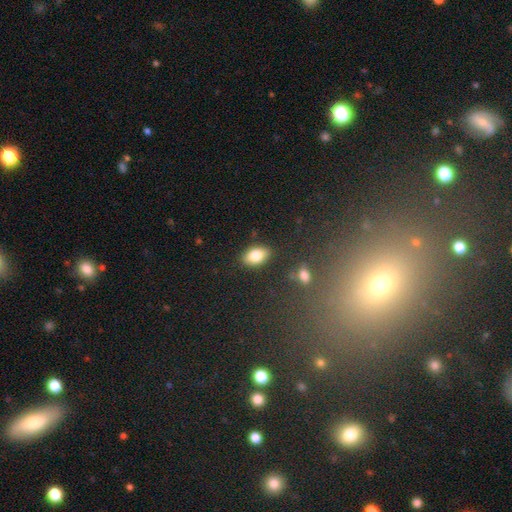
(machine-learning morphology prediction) This is clearly a smooth galaxy (80%). How rounded: clearly in between (89%). Merging: clearly none (86%).